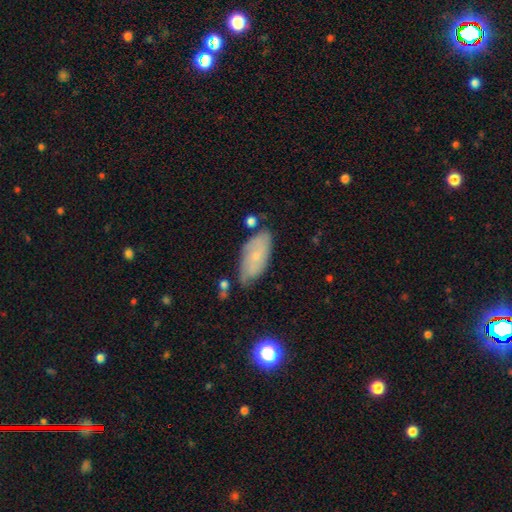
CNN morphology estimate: Smooth or featured: smooth — 48% (featured or disk — 44%)
Merging: none — 63% (minor disturbance — 26%)